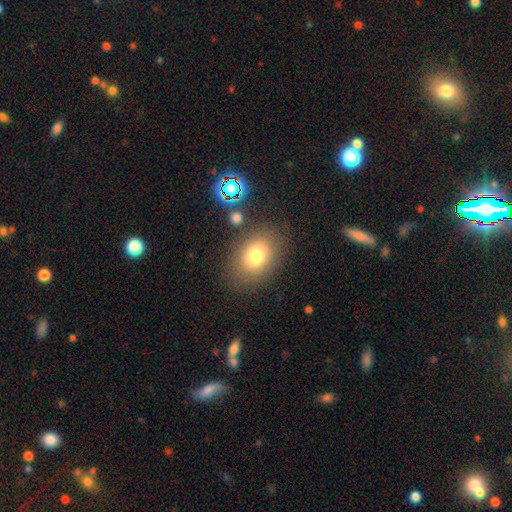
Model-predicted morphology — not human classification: Smooth or featured? smooth (77%)
How rounded? in between (69%)
Merging? none (78%)